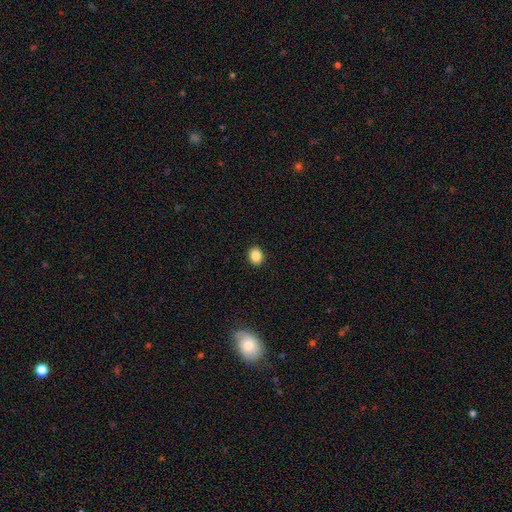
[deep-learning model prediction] The model was most divided on "how rounded": in between: 53%, round: 46%, cigar-shaped: 1%. More confident: merging — none (91%); smooth or featured — smooth (87%).